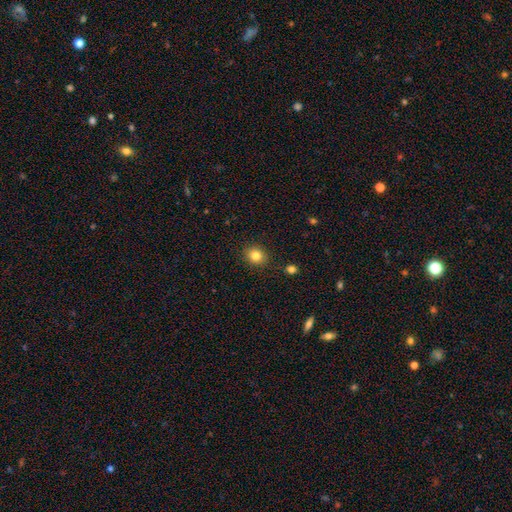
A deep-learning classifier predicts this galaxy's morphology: A smooth galaxy with no disk features (82%) that is round (67%).

Vote fractions:
- Smooth or featured? smooth: 82% / star or artifact: 11% / featured or disk: 7%
- How rounded? round: 67% / in between: 32% / cigar-shaped: 1%
- Merging? none: 89% / minor disturbance: 7% / major disturbance: 2% / merger: 1%